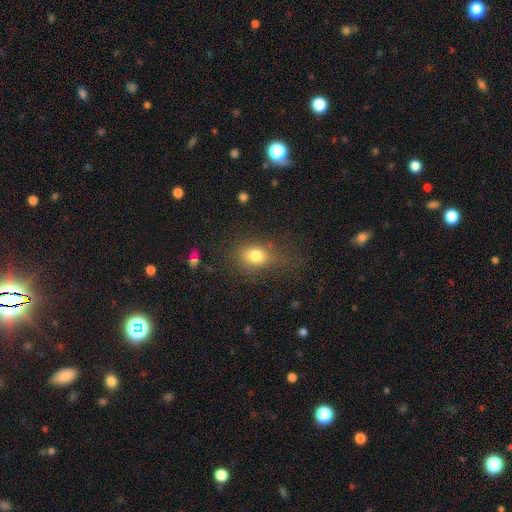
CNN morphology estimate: This is likely a smooth galaxy (79%). How rounded: possibly in between (57%). Merging: possibly none (58%).